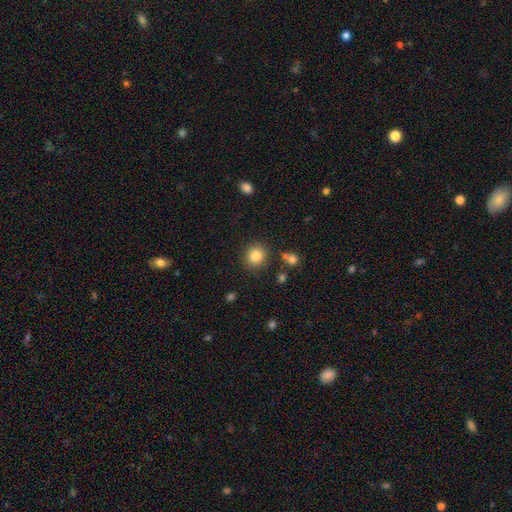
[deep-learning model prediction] Smooth or featured?
  - smooth: 84% *
  - star or artifact: 10%
  - featured or disk: 6%
How rounded?
  - round: 88% *
  - in between: 12%
  - cigar-shaped: 1%
Merging?
  - none: 86% *
  - minor disturbance: 8%
  - merger: 3%
  - major disturbance: 3%